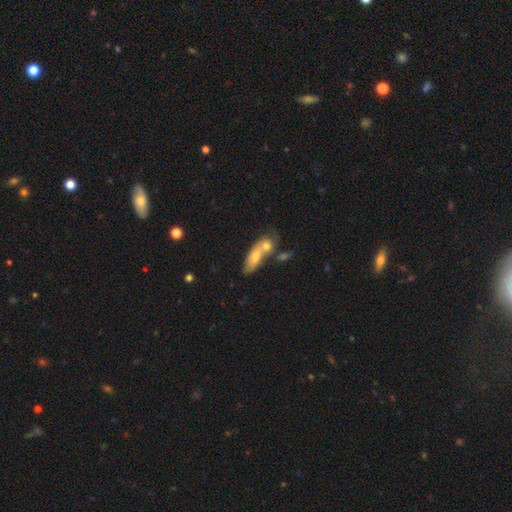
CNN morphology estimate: A smooth galaxy with no disk features (63%) that is in between round and cigar-shaped (71%). Merging: merger (61%).